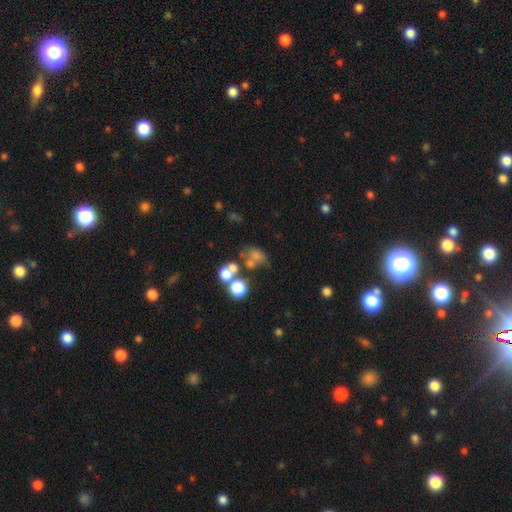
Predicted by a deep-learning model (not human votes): Smooth or featured?
  - smooth: 54% *
  - star or artifact: 23%
  - featured or disk: 23%
How rounded?
  - round: 51% *
  - in between: 47%
  - cigar-shaped: 2%
Merging?
  - none: 35% *
  - merger: 33%
  - major disturbance: 17%
  - minor disturbance: 15%